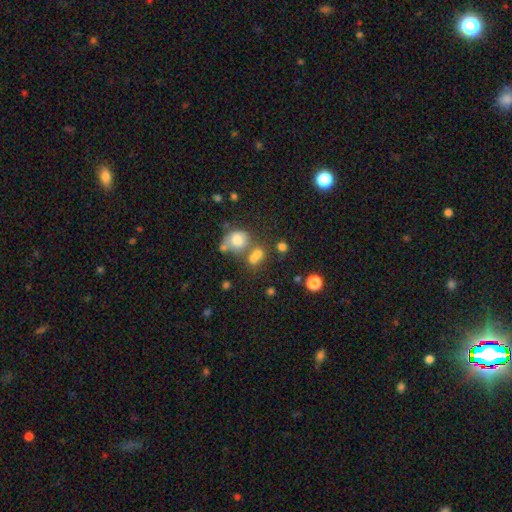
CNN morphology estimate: The model was most divided on "merging": merger: 45%, none: 36%, minor disturbance: 11%, major disturbance: 7%. More confident: smooth or featured — smooth (70%); how rounded — round (58%).